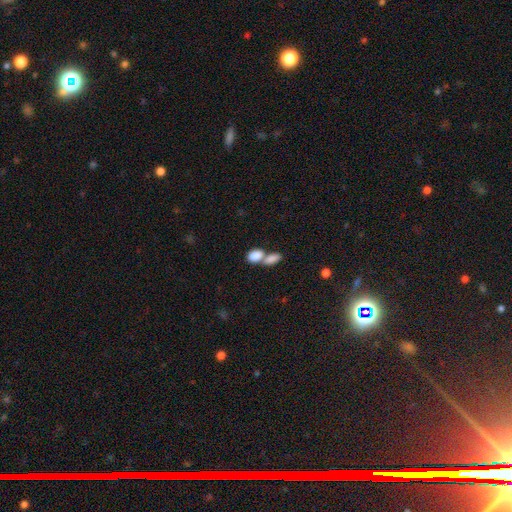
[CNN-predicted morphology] Overall: smooth (84%). How rounded: in between (89%). Merging: merger (63%; none 26%).